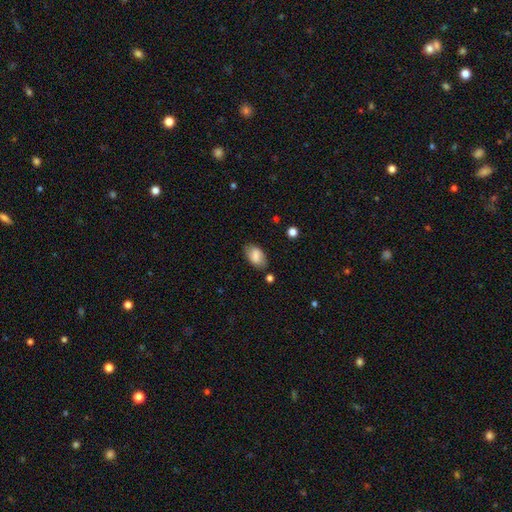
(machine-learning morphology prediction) A smooth galaxy with no disk features (79%) that is in between round and cigar-shaped (93%). Merging: none (77%).